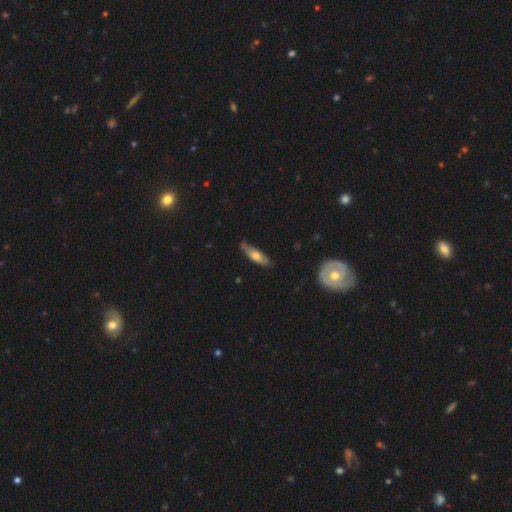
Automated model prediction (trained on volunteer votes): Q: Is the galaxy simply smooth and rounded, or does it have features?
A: smooth — 59%.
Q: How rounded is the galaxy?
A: cigar-shaped — 56%.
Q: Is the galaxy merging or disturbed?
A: none — 70%.